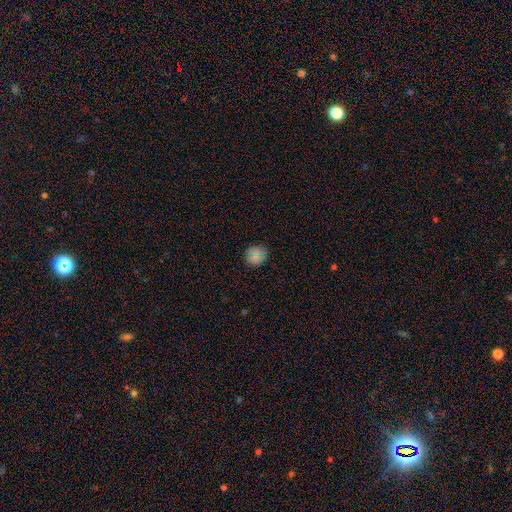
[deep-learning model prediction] Morphology: type=smooth (77%); roundness=round (85%); merging=none (87%).